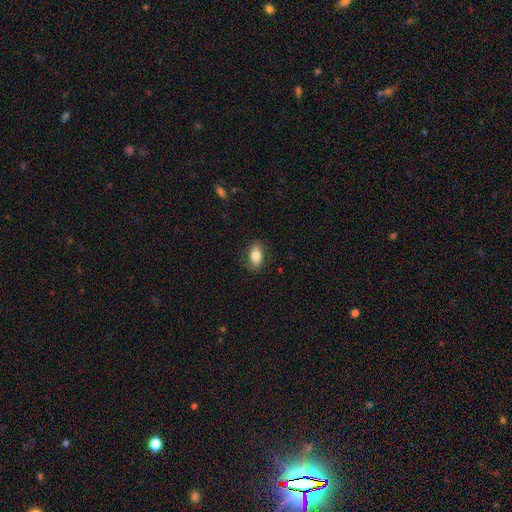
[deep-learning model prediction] Smooth or featured? Predicted: smooth (p=0.77). How rounded? Predicted: in between (p=0.88). Merging? Predicted: none (p=0.81).